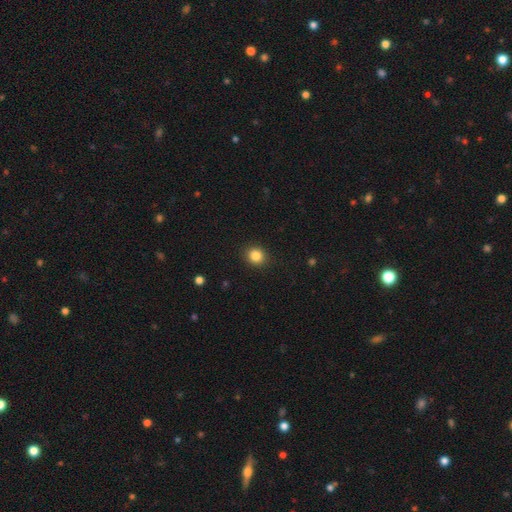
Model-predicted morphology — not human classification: The model was most divided on "how rounded": round: 84%, in between: 15%, cigar-shaped: 1%. More confident: merging — none (91%); smooth or featured — smooth (85%).